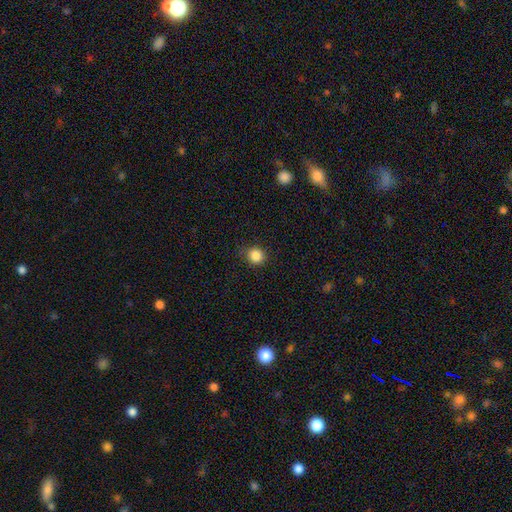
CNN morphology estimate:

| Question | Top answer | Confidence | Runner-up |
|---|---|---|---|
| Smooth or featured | smooth | 86% | star or artifact (11%) |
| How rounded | round | 90% | in between (9%) |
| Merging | none | 87% | minor disturbance (9%) |